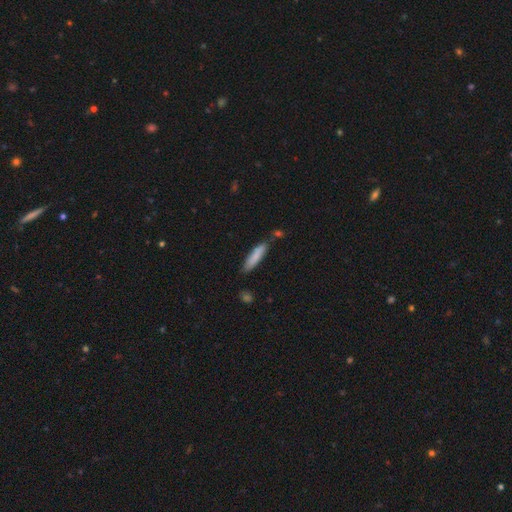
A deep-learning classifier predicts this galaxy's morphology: smooth-or-featured: smooth: 82% | featured or disk: 12% | star or artifact: 6%
  how-rounded: cigar-shaped: 80% | in between: 18% | round: 1%
  merging: none: 76% | minor disturbance: 16% | merger: 5% | major disturbance: 3%